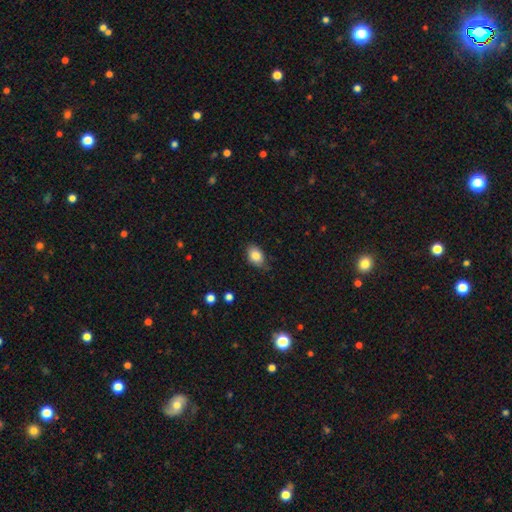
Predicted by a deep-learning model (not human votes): Smooth or featured?
  - smooth: 83% *
  - featured or disk: 8%
  - star or artifact: 8%
How rounded?
  - in between: 81% *
  - round: 18%
  - cigar-shaped: 1%
Merging?
  - none: 71% *
  - minor disturbance: 23%
  - major disturbance: 4%
  - merger: 1%